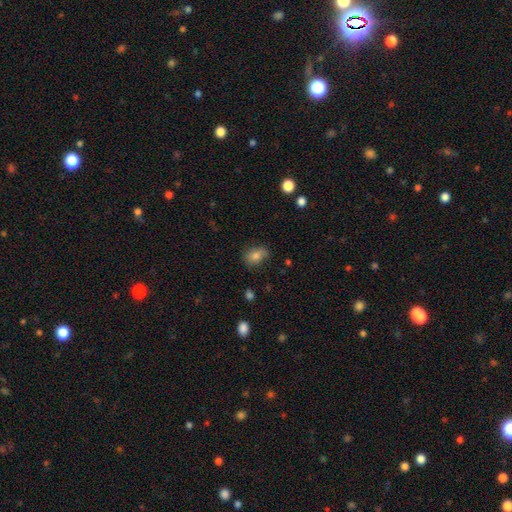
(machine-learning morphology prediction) Overall: smooth (79%). How rounded: in between (77%). Merging: none (70%).